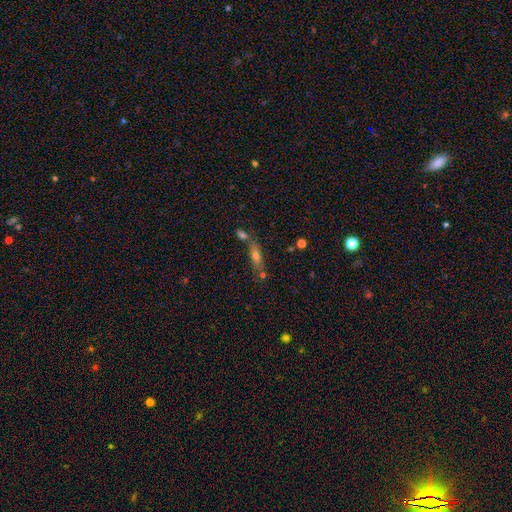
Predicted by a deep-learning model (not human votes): Morphology: type=smooth (53%); roundness=cigar-shaped (59%); merging=none (59%).